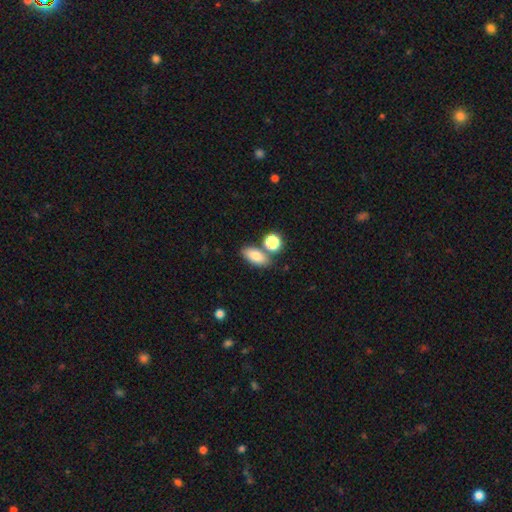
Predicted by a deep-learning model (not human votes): smooth_or_featured: smooth (p=0.81) [alt: featured or disk p=0.10]
how_rounded: in between (p=0.84) [alt: round p=0.09]
merging: none (p=0.68) [alt: merger p=0.17]